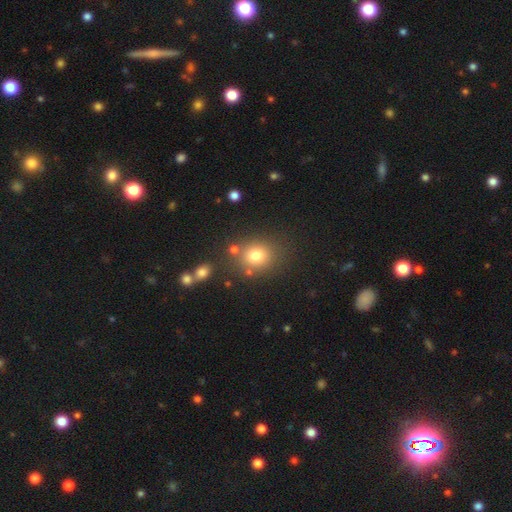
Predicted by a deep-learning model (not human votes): This appears to be a smooth galaxy with no disk features (78%) that is round (71%). Merging: none (73%).